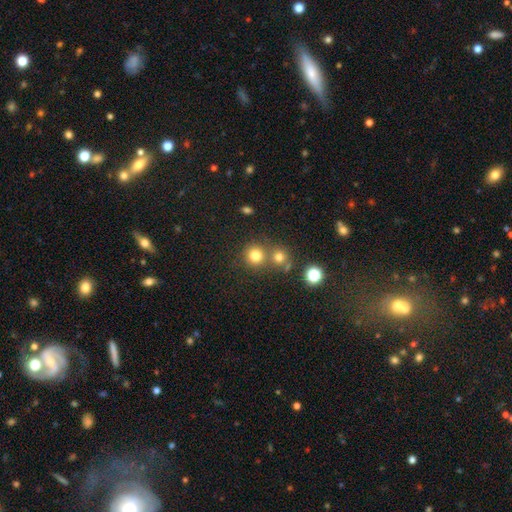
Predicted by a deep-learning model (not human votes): smooth-or-featured: smooth: 77% | star or artifact: 16% | featured or disk: 7%
  how-rounded: round: 91% | in between: 8% | cigar-shaped: 1%
  merging: none: 66% | merger: 24% | minor disturbance: 7% | major disturbance: 3%